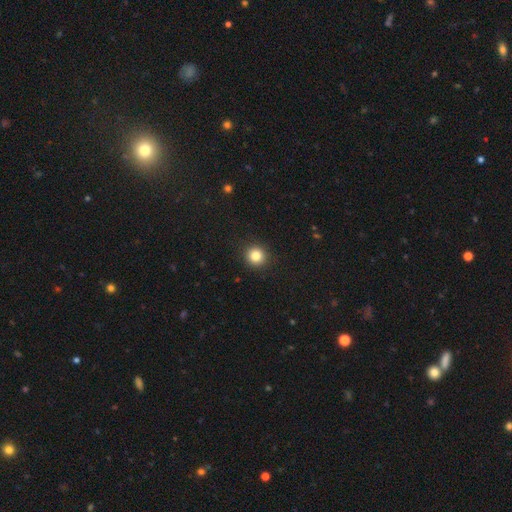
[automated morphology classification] smooth-or-featured: smooth: 83% | star or artifact: 11% | featured or disk: 5%
  how-rounded: round: 93% | in between: 6% | cigar-shaped: 1%
  merging: none: 92% | minor disturbance: 5% | major disturbance: 2% | merger: 1%